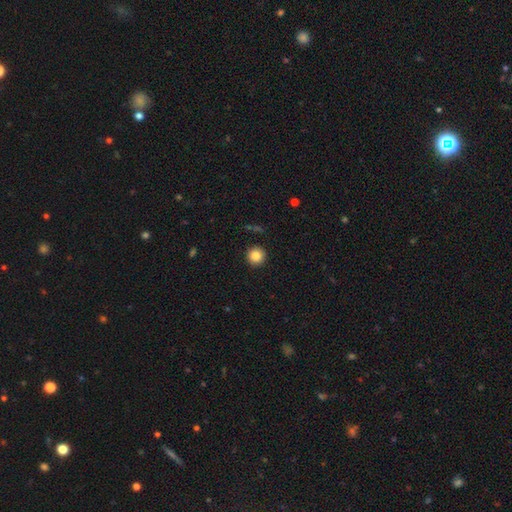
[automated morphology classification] Smooth or featured? smooth (85%)
How rounded? round (96%)
Merging? none (93%)